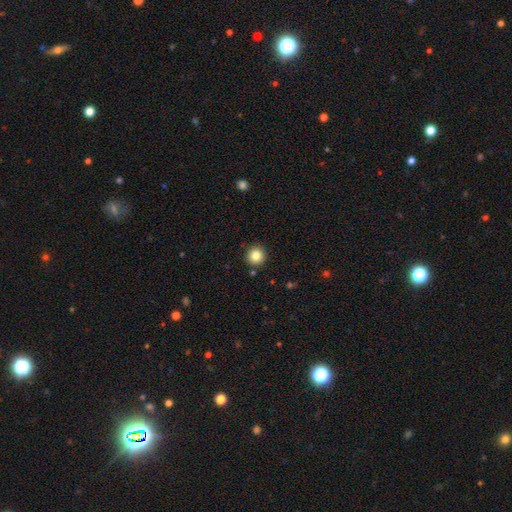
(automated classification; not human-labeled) Q: Smooth or featured?
A: smooth (85%); runner-up: star or artifact (10%)
Q: How rounded?
A: round (94%); runner-up: in between (5%)
Q: Merging?
A: none (90%); runner-up: minor disturbance (6%)